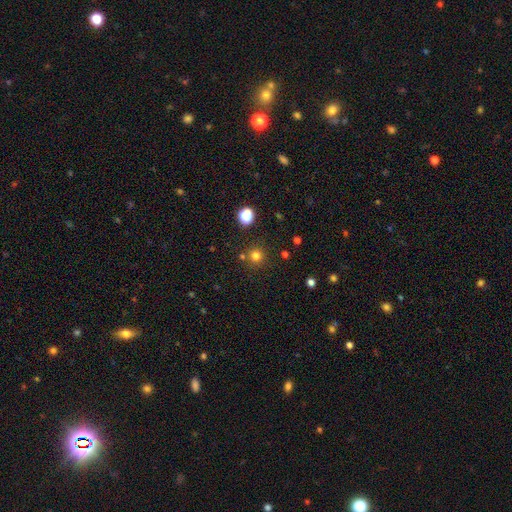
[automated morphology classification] This appears to be a smooth galaxy with no disk features (76%) that is round (94%). Merging: none (82%).